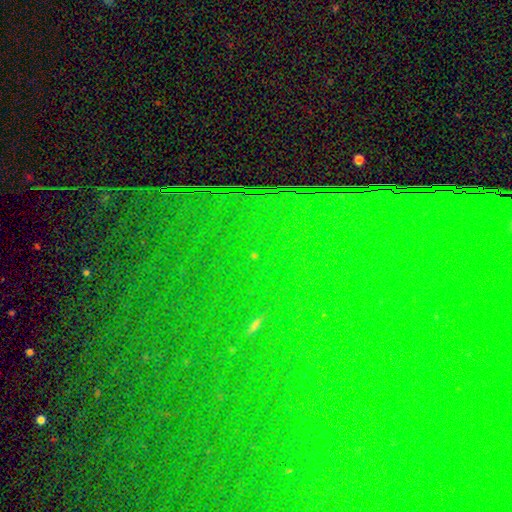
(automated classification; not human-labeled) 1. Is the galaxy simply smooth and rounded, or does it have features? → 85% star or artifact, 7% smooth, 7% featured or disk.